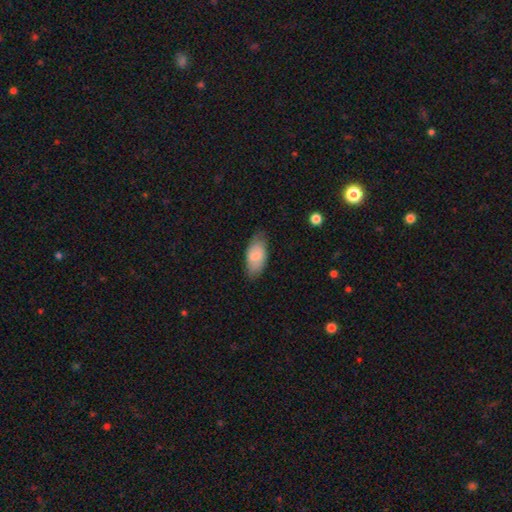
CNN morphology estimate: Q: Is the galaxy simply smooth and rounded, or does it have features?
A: smooth — 76%.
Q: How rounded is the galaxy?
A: in between — 92%.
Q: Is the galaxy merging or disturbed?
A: none — 73%.